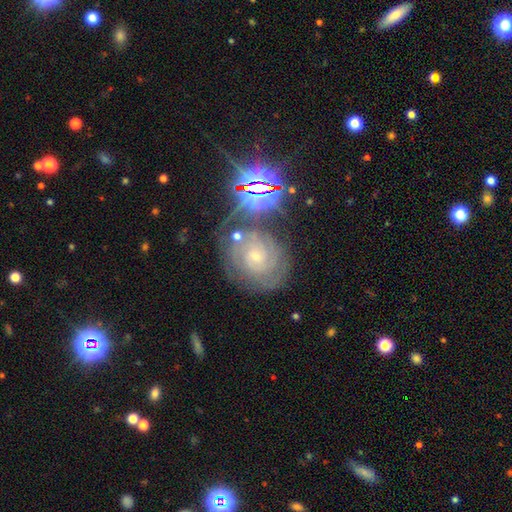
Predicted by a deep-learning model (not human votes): Q: Smooth or featured?
A: featured or disk (68%); runner-up: star or artifact (19%)
Q: Edge-on disk?
A: no (97%); runner-up: yes (3%)
Q: Bar?
A: no (75%); runner-up: weak (20%)
Q: Spiral arms?
A: yes (91%); runner-up: no (9%)
Q: Spiral winding?
A: tight (78%); runner-up: medium (18%)
Q: Spiral arm count?
A: can't tell (41%); runner-up: 2 (25%)
Q: Bulge size?
A: small (75%); runner-up: moderate (20%)
Q: Merging?
A: none (71%); runner-up: minor disturbance (16%)